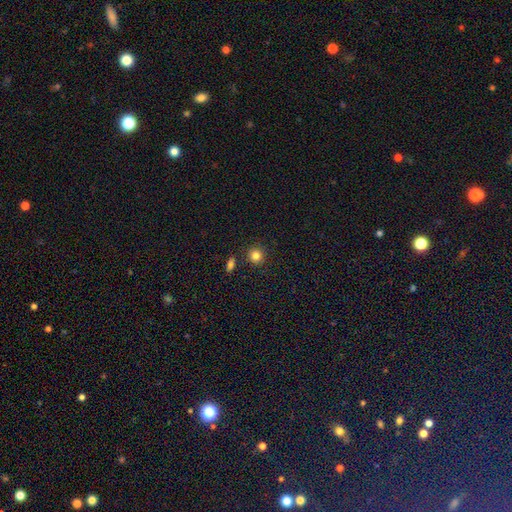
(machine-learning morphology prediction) Smooth or featured: smooth — 83% (star or artifact — 11%)
How rounded: round — 90% (in between — 9%)
Merging: none — 86% (minor disturbance — 8%)